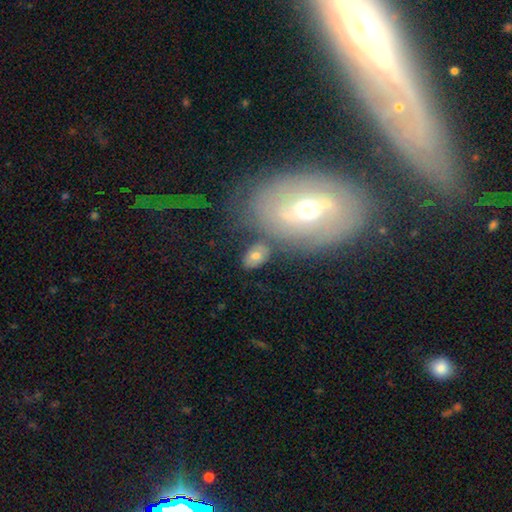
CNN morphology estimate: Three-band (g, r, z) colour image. It shows a smooth galaxy with no disk features (65%) that is in between round and cigar-shaped (84%). Merging: none (68%).